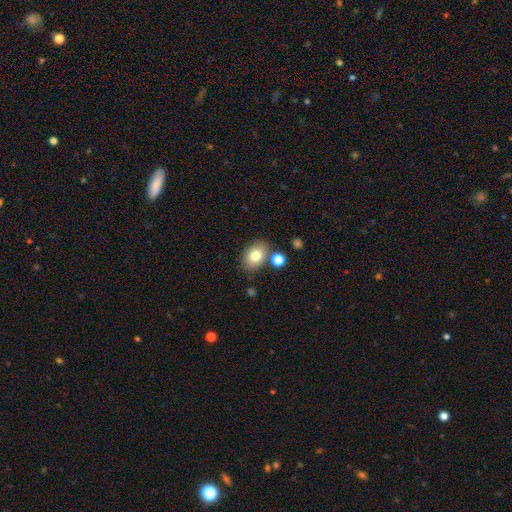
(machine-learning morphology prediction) Smooth or featured? Predicted: smooth (p=0.79). How rounded? Predicted: in between (p=0.75). Merging? Predicted: none (p=0.76).